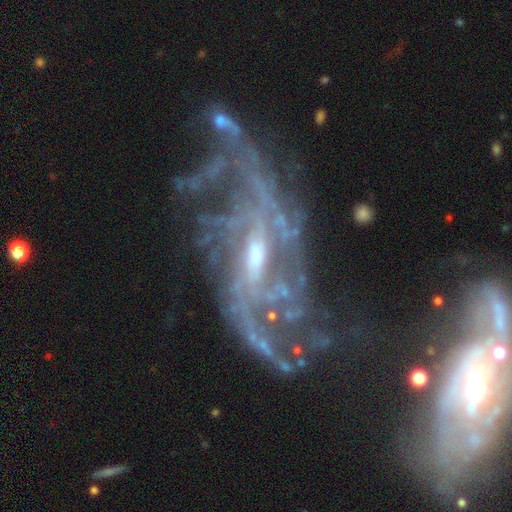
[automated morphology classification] smooth_or_featured: featured or disk (p=0.90) [alt: star or artifact p=0.06]
disk_edge_on: no (p=0.95) [alt: yes p=0.05]
bar: weak (p=0.48) [alt: no p=0.26]
has_spiral_arms: yes (p=0.95) [alt: no p=0.05]
spiral_winding: loose (p=0.42) [alt: medium p=0.38]
spiral_arm_count: 2 (p=0.29) [alt: can't tell p=0.22]
bulge_size: moderate (p=0.48) [alt: small p=0.43]
merging: none (p=0.44) [alt: major disturbance p=0.31]